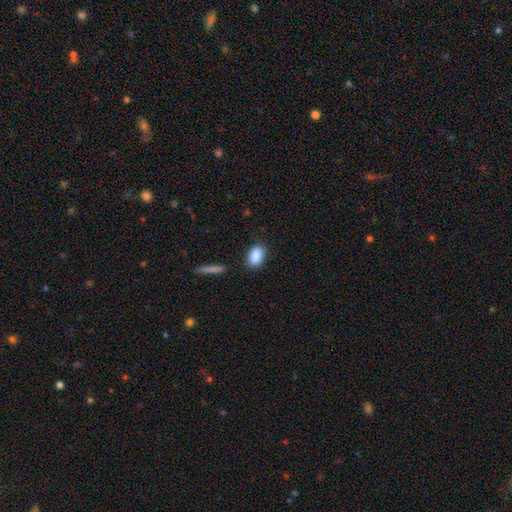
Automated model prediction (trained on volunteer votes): The model was most divided on "merging": none: 83%, minor disturbance: 11%, major disturbance: 3%, merger: 3%. More confident: smooth or featured — smooth (89%); how rounded — in between (86%).